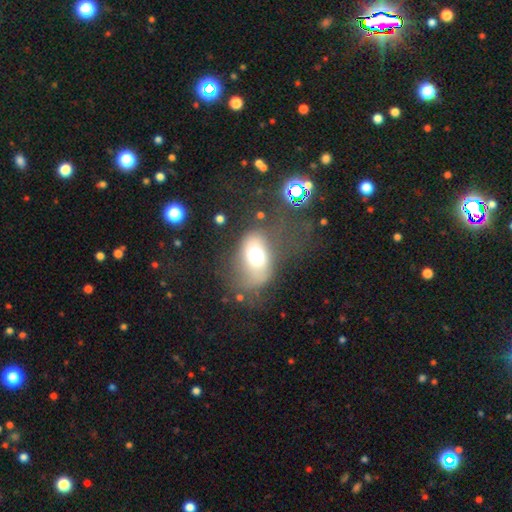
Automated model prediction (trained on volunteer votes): smooth 61%, featured or disk 24%, star or artifact 15%. Down the decision tree: how rounded — in between (73%); merging — none (43%).